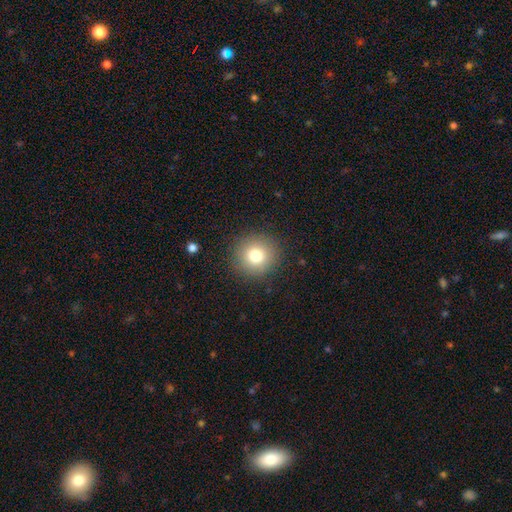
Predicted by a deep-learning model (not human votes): Smooth or featured?
  - smooth: 79% *
  - star or artifact: 11%
  - featured or disk: 10%
How rounded?
  - round: 93% *
  - in between: 6%
  - cigar-shaped: 1%
Merging?
  - none: 89% *
  - minor disturbance: 7%
  - major disturbance: 3%
  - merger: 1%